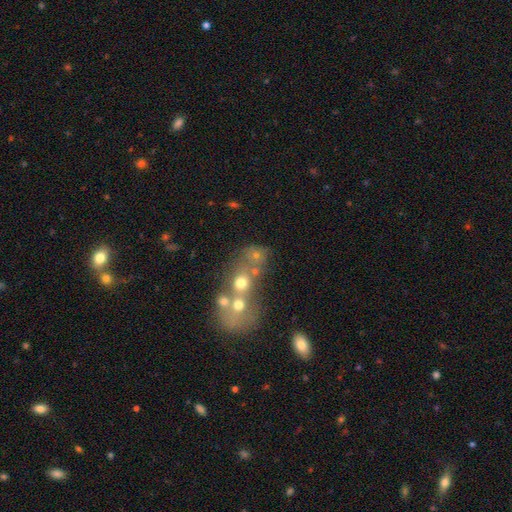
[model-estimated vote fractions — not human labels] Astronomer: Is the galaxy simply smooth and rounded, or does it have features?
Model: smooth — 48% (runner-up: featured or disk, 29%).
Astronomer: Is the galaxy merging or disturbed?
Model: merger — 59%.